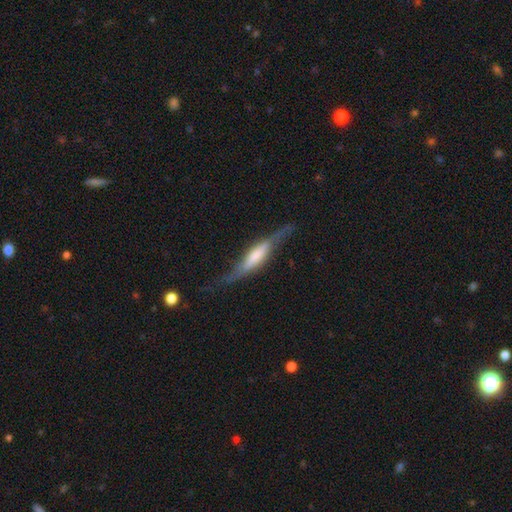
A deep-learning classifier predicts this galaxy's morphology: Smooth or featured? featured or disk (65%)
Edge-on disk? yes (79%)
Edge-on bulge? boxy (46%)
Merging? none (61%)